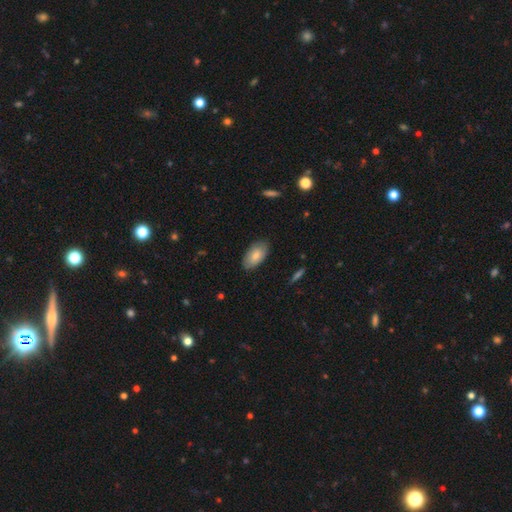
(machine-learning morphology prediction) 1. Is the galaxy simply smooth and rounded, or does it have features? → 80% smooth, 14% featured or disk, 6% star or artifact.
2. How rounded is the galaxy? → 95% in between, 3% round, 3% cigar-shaped.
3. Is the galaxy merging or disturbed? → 84% none, 13% minor disturbance, 2% major disturbance, 1% merger.